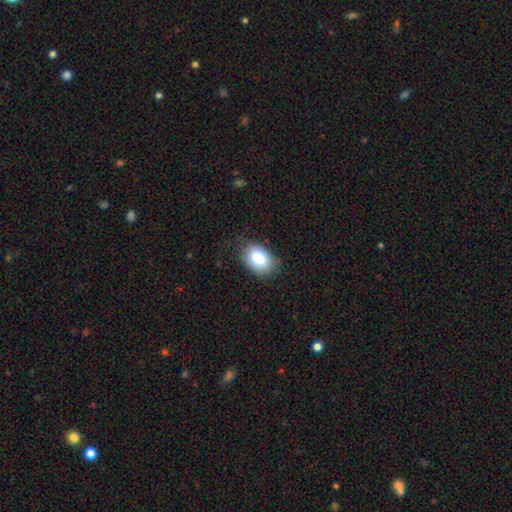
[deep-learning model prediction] Overall: smooth (85%). How rounded: in between (85%). Merging: none (77%).